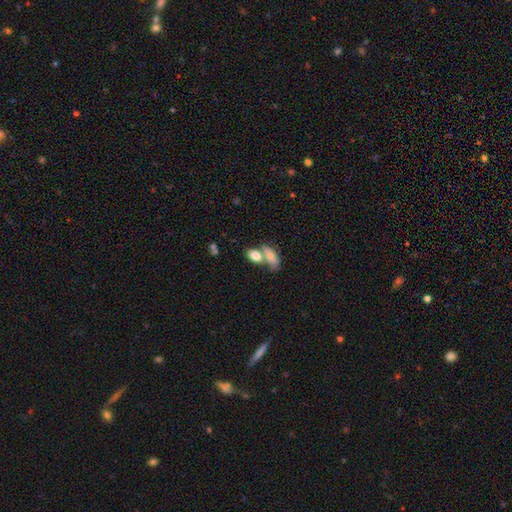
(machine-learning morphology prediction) Smooth or featured: smooth — 78% (featured or disk — 15%)
How rounded: in between — 87% (round — 9%)
Merging: merger — 56% (none — 32%)